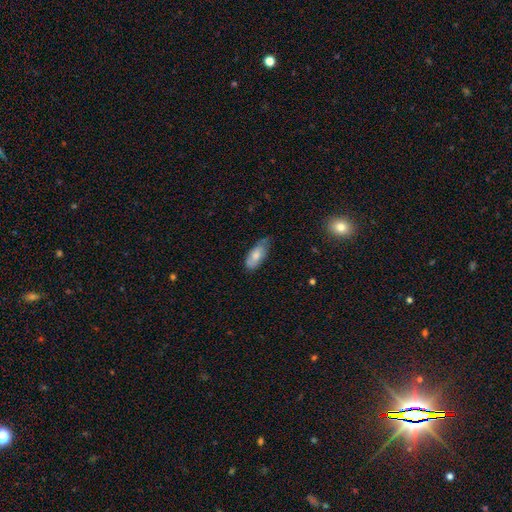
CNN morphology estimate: Smooth or featured?
  - smooth: 74% *
  - featured or disk: 20%
  - star or artifact: 6%
How rounded?
  - in between: 85% *
  - cigar-shaped: 13%
  - round: 2%
Merging?
  - none: 52% *
  - minor disturbance: 38%
  - major disturbance: 8%
  - merger: 2%